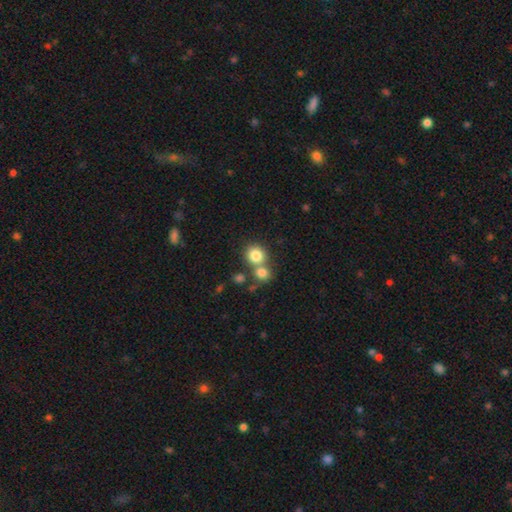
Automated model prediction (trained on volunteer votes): smooth 81%, star or artifact 11%, featured or disk 8%. Down the decision tree: how rounded — round (83%); merging — none (52%).